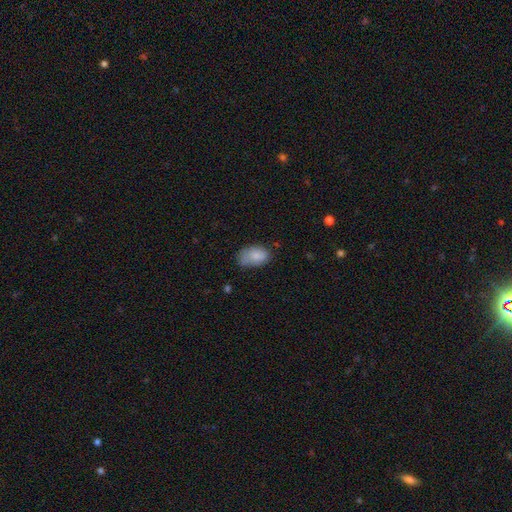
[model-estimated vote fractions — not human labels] Overall: smooth (81%). How rounded: in between (89%). Merging: none (49%; minor disturbance 34%).